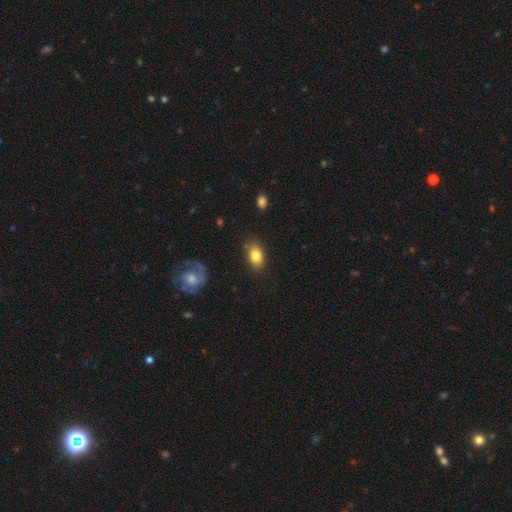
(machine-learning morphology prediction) Smooth or featured? smooth (82%)
How rounded? in between (83%)
Merging? none (81%)